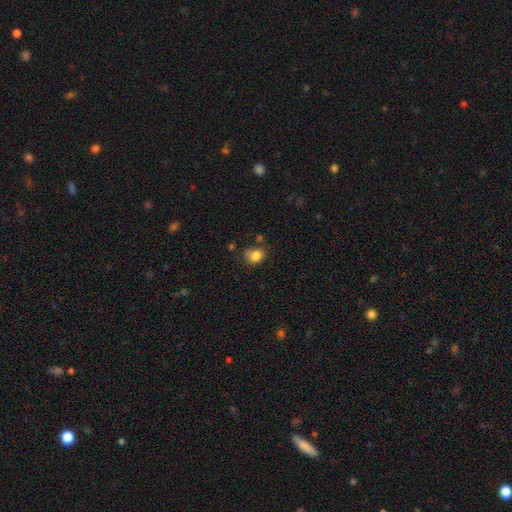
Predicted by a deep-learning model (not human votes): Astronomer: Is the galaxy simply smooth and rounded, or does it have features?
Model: smooth — 83%.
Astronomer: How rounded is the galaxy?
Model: round — 59% (runner-up: in between, 40%).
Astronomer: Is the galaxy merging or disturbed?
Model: none — 59%.